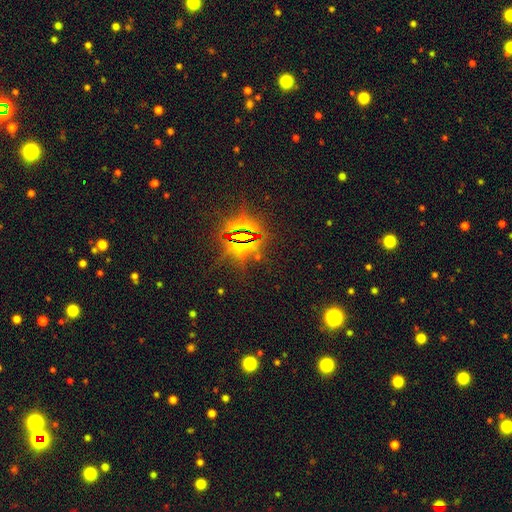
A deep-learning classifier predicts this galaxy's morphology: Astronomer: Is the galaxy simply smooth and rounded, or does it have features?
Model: star or artifact — 83%.